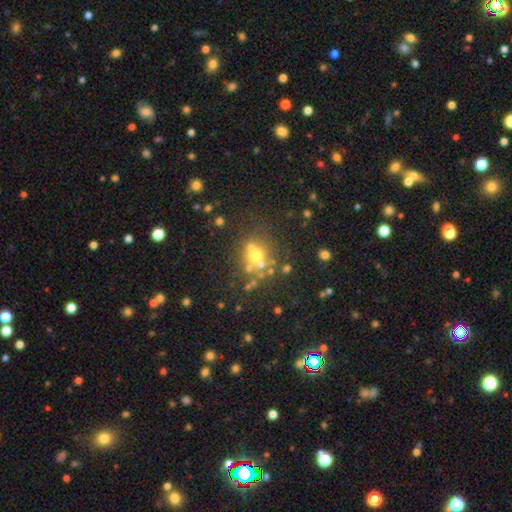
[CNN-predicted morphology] The model was most divided on "smooth or featured": smooth: 46%, featured or disk: 29%, star or artifact: 25%. More confident: merging — none (51%).